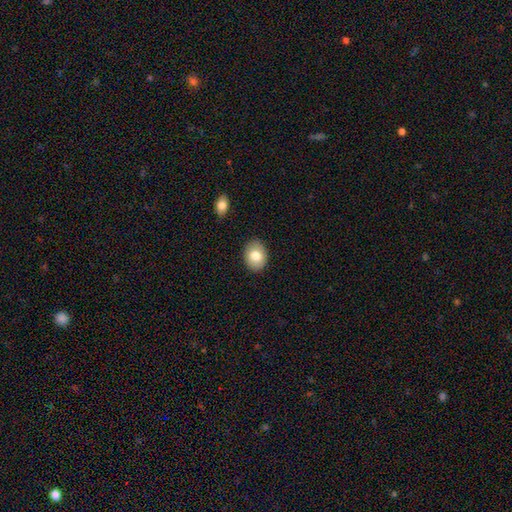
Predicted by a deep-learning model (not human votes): This is likely a smooth galaxy (80%). How rounded: likely in between (65%). Merging: clearly none (88%).